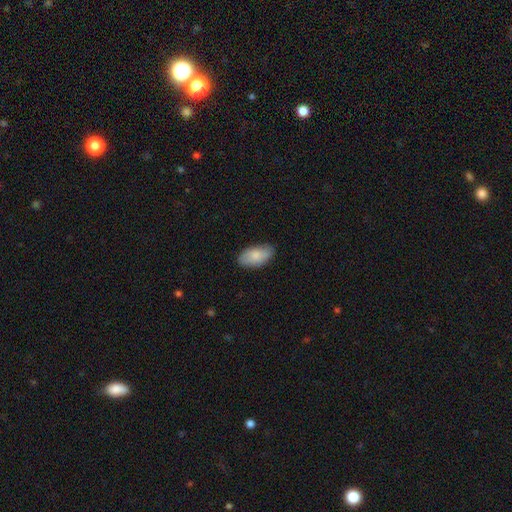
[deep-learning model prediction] Q: Smooth or featured?
A: smooth (82%); runner-up: featured or disk (12%)
Q: How rounded?
A: in between (94%); runner-up: round (3%)
Q: Merging?
A: none (81%); runner-up: minor disturbance (15%)